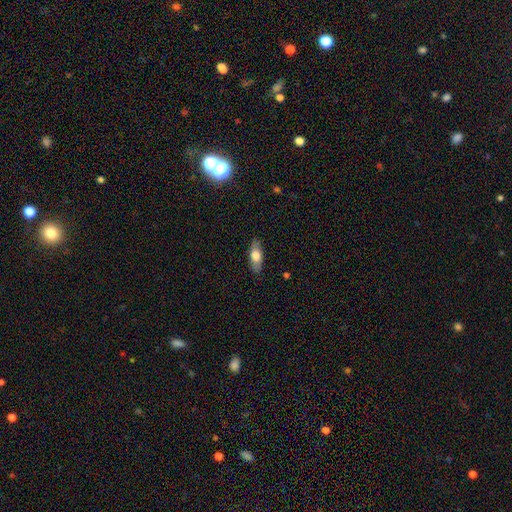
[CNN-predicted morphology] Smooth or featured? smooth (68%)
How rounded? in between (78%)
Merging? none (84%)